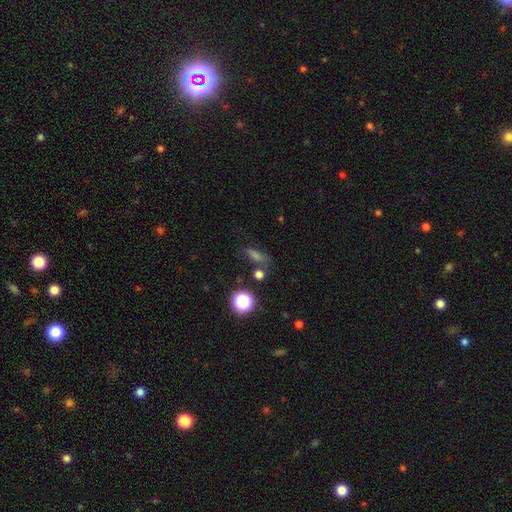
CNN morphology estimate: Smooth or featured? smooth (57%)
How rounded? in between (48%)
Merging? none (68%)